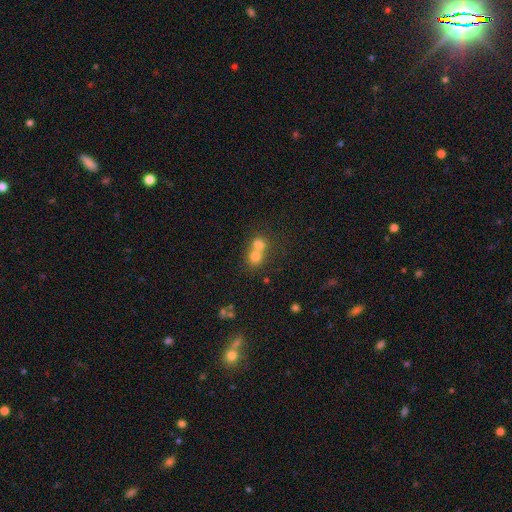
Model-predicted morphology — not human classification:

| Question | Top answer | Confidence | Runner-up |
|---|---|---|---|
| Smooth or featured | smooth | 72% | featured or disk (15%) |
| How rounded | round | 77% | in between (22%) |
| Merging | merger | 65% | none (28%) |